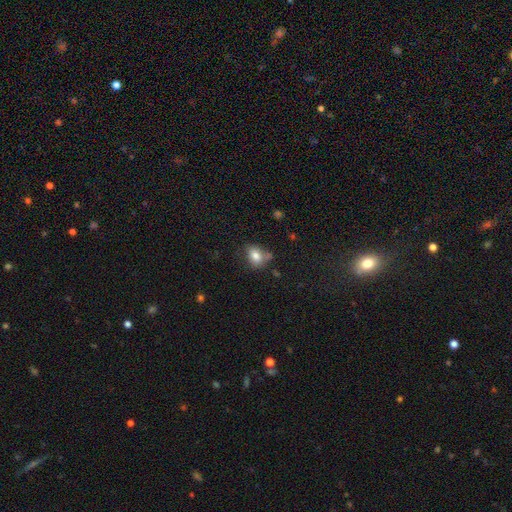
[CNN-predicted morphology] type=smooth (80%); roundness=in between (67%); merging=none (51%).